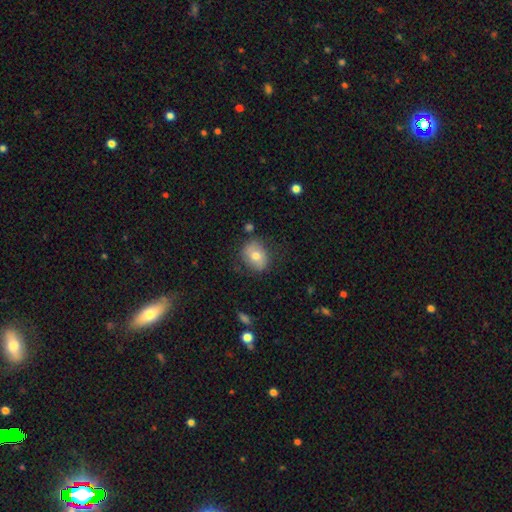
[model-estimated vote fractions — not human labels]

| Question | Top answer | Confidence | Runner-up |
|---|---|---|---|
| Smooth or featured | smooth | 69% | featured or disk (23%) |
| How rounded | in between | 52% | round (47%) |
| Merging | none | 75% | minor disturbance (18%) |